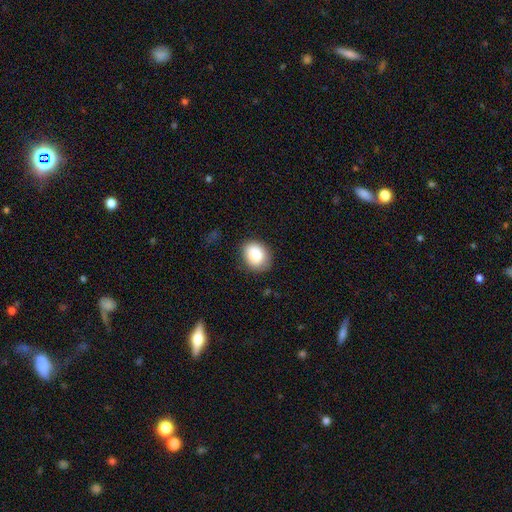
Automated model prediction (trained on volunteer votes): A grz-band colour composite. It shows a smooth galaxy with no disk features (85%) that is in between round and cigar-shaped (58%). Merging: none (81%).